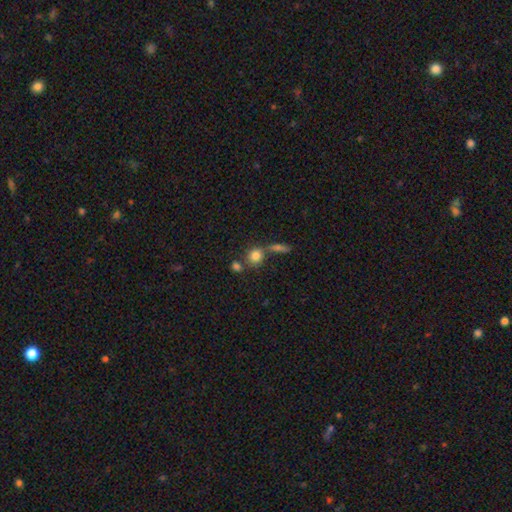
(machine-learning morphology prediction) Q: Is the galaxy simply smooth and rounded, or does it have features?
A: smooth — 80%.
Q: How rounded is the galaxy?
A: round — 84%.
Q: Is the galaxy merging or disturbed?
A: none — 59%.